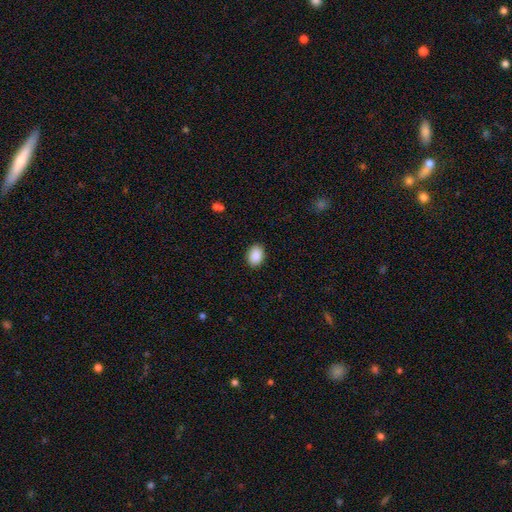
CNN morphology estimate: This appears to be a smooth galaxy with no disk features (89%) that is in between round and cigar-shaped (77%). Merging: none (89%).